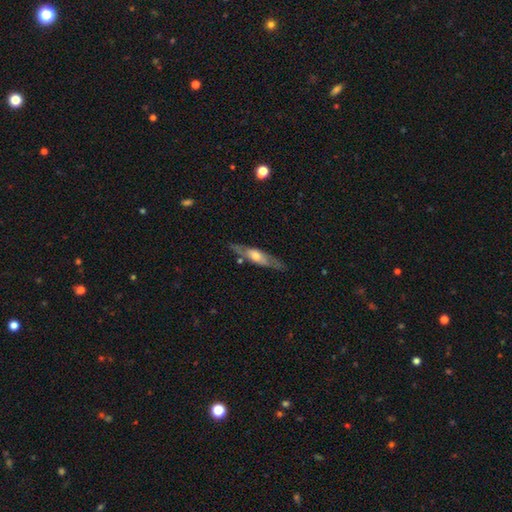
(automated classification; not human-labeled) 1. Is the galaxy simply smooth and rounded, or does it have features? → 61% featured or disk, 33% smooth, 6% star or artifact.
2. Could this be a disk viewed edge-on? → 71% yes, 29% no.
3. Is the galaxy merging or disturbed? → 78% none, 15% minor disturbance, 4% major disturbance, 3% merger.